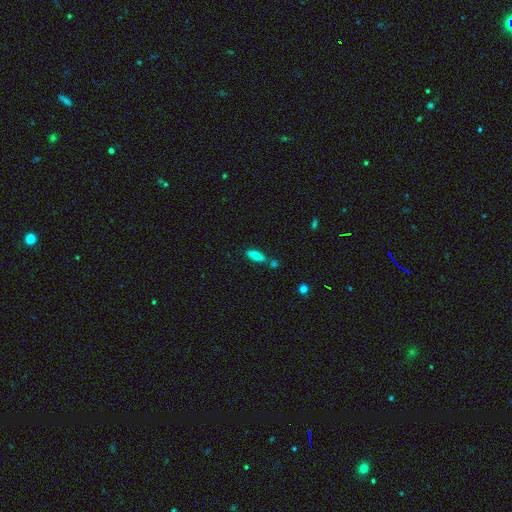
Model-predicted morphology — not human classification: This is likely a smooth galaxy (66%). How rounded: likely in between (67%). Merging: likely none (66%).